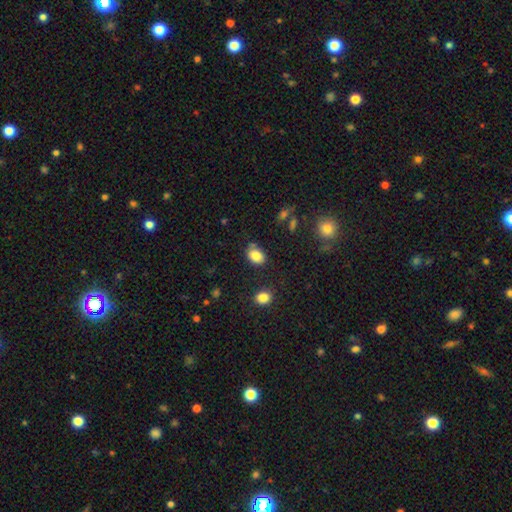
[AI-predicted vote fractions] This appears to be a smooth galaxy with no disk features (85%) that is in between round and cigar-shaped (72%). Merging: none (70%).